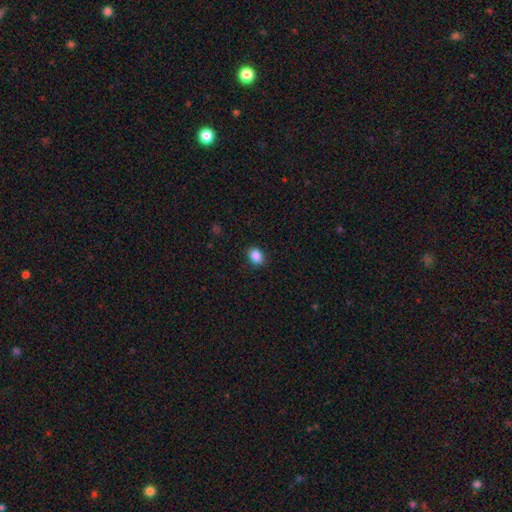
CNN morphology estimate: smooth-or-featured: smooth: 88% | star or artifact: 9% | featured or disk: 3%
  how-rounded: in between: 62% | round: 37% | cigar-shaped: 1%
  merging: none: 89% | minor disturbance: 8% | major disturbance: 2% | merger: 1%